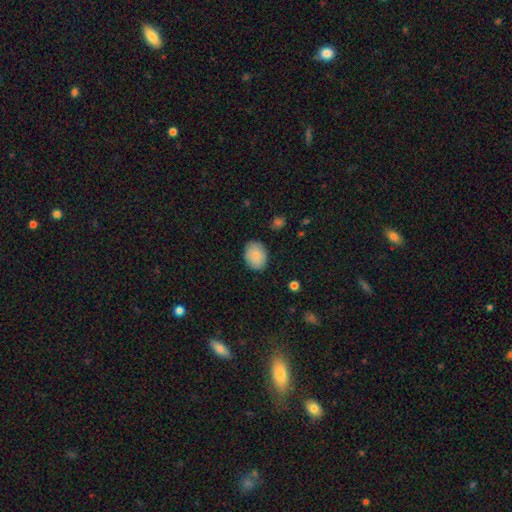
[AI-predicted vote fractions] This appears to be a smooth galaxy with no disk features (84%) that is in between round and cigar-shaped (68%). Merging: none (83%).